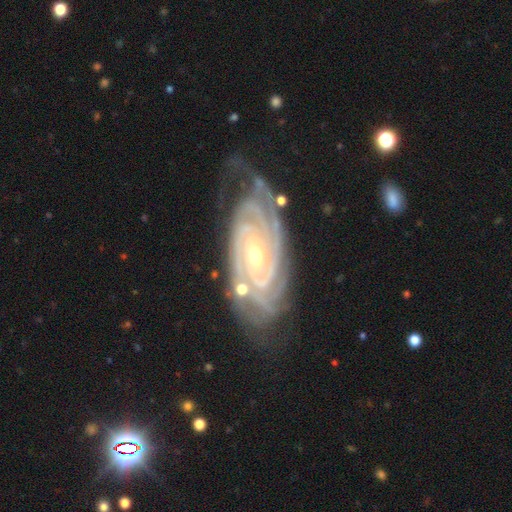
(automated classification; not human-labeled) Smooth or featured: featured or disk — 92% (star or artifact — 5%)
Edge-on disk: no — 96% (yes — 4%)
Bar: no — 51% (weak — 31%)
Spiral arms: yes — 99% (no — 1%)
Spiral winding: tight — 83% (medium — 15%)
Spiral arm count: 3 — 25% (tied with 2 — 25%)
Bulge size: small — 62% (moderate — 35%)
Merging: none — 66% (minor disturbance — 23%)